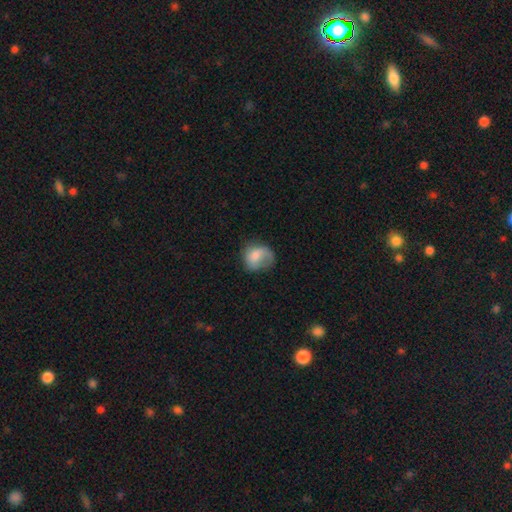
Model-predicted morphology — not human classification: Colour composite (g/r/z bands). It shows a smooth galaxy with no disk features (68%) that is round (60%). Merging: none (39%).